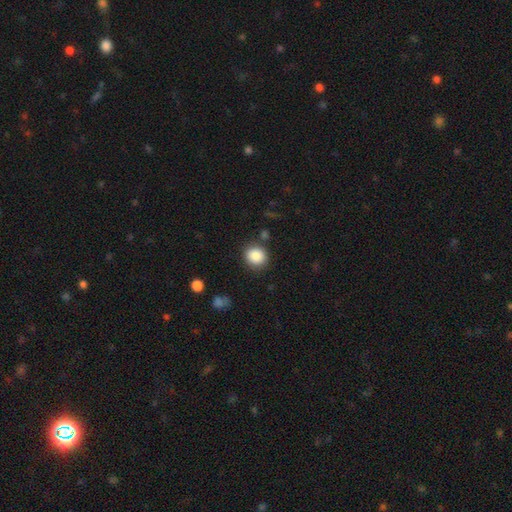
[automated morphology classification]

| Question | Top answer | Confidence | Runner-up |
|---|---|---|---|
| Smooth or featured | smooth | 88% | star or artifact (8%) |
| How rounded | round | 82% | in between (17%) |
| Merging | none | 84% | minor disturbance (9%) |